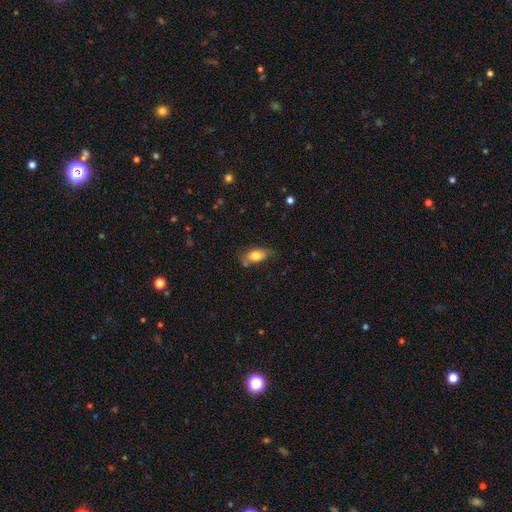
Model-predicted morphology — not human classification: The model was most divided on "merging": none: 60%, minor disturbance: 26%, major disturbance: 7%, merger: 6%. More confident: how rounded — in between (88%); smooth or featured — smooth (73%).